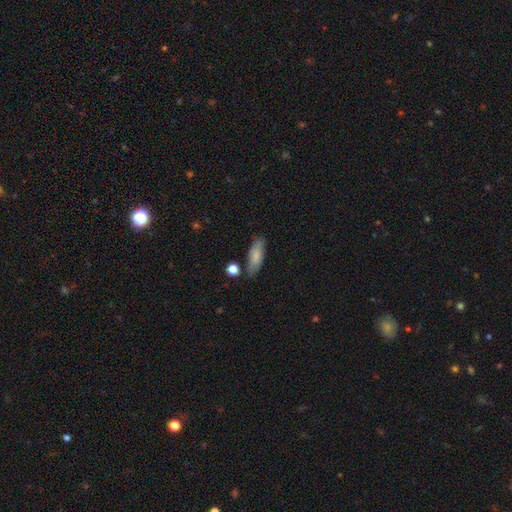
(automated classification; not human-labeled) Q: Smooth or featured?
A: smooth (78%); runner-up: featured or disk (15%)
Q: How rounded?
A: in between (64%); runner-up: cigar-shaped (34%)
Q: Merging?
A: none (77%); runner-up: minor disturbance (15%)